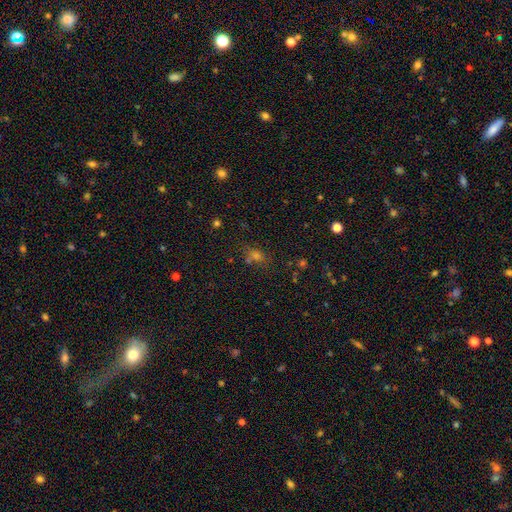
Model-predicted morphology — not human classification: smooth-or-featured: smooth: 53% | star or artifact: 37% | featured or disk: 9%
  how-rounded: in between: 50% | round: 46% | cigar-shaped: 4%
  merging: none: 65% | minor disturbance: 15% | merger: 14% | major disturbance: 7%